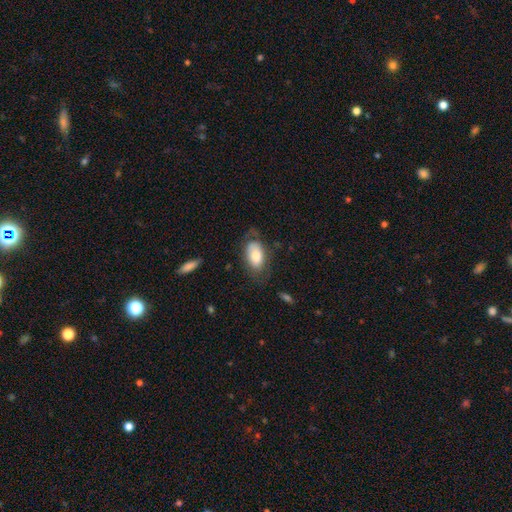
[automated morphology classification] A smooth galaxy with no disk features (75%) that is in between round and cigar-shaped (92%).

Vote fractions:
- Smooth or featured? smooth: 75% / featured or disk: 19% / star or artifact: 7%
- How rounded? in between: 92% / round: 6% / cigar-shaped: 2%
- Merging? none: 58% / minor disturbance: 26% / major disturbance: 14% / merger: 2%